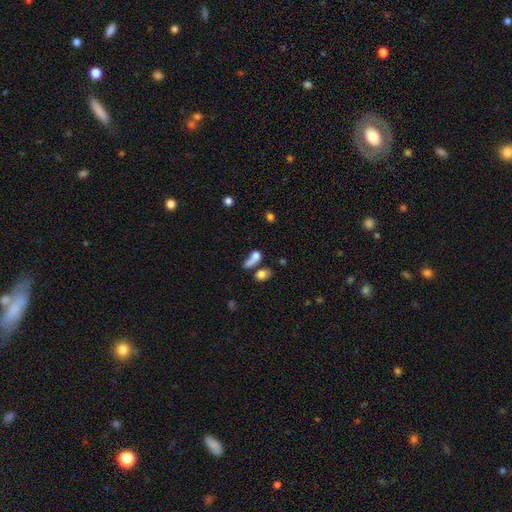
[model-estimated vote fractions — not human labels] Smooth or featured? smooth (71%)
How rounded? in between (60%)
Merging? merger (39%)